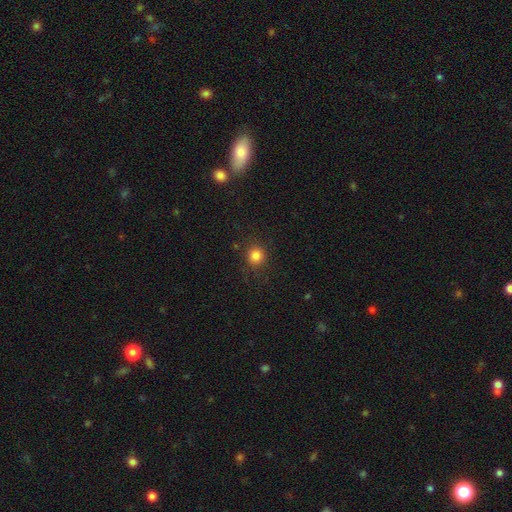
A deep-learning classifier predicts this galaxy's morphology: type=smooth (82%); roundness=round (89%); merging=none (86%).